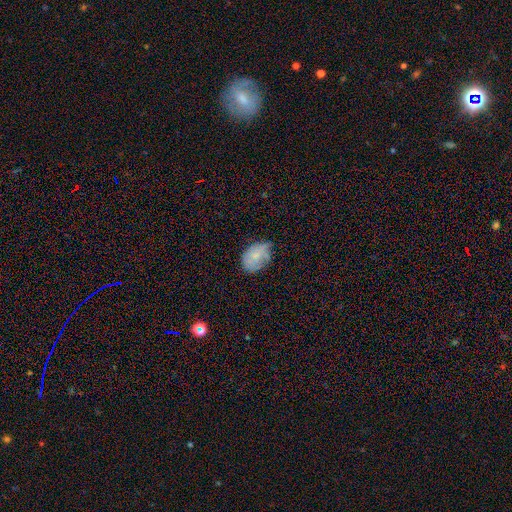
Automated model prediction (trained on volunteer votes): This appears to be a smooth galaxy with no disk features (68%) that is in between round and cigar-shaped (77%). Merging: none (52%).